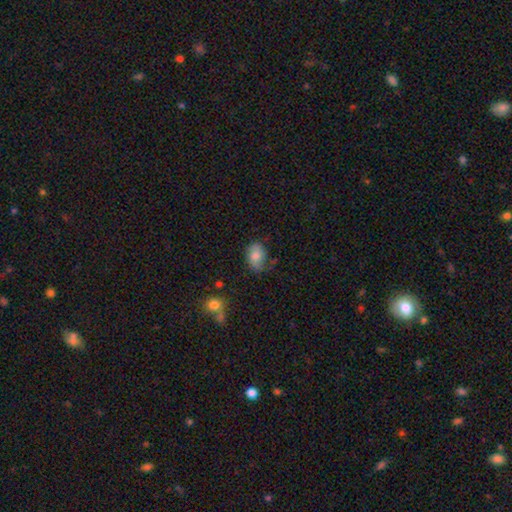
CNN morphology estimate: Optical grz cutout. It shows a smooth galaxy with no disk features (76%) that is in between round and cigar-shaped (81%). Merging: none (63%).